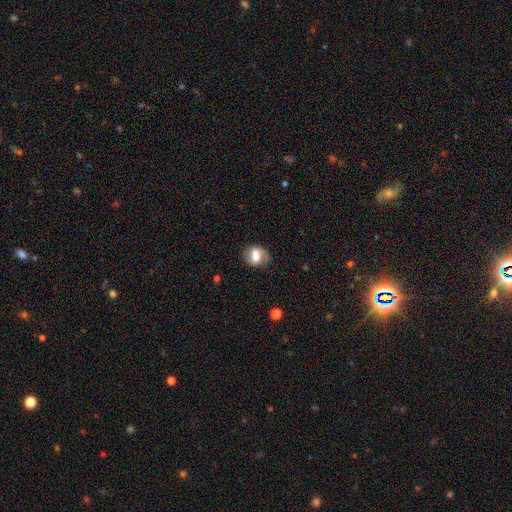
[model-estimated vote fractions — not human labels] This appears to be a smooth galaxy with no disk features (56%) that is in between round and cigar-shaped (62%). Merging: none (74%).